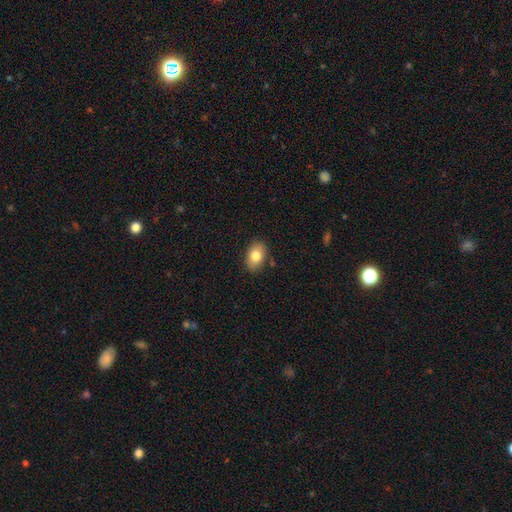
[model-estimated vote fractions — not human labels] smooth_or_featured: smooth (p=0.80) [alt: featured or disk p=0.12]
how_rounded: in between (p=0.85) [alt: round p=0.13]
merging: none (p=0.86) [alt: minor disturbance p=0.10]